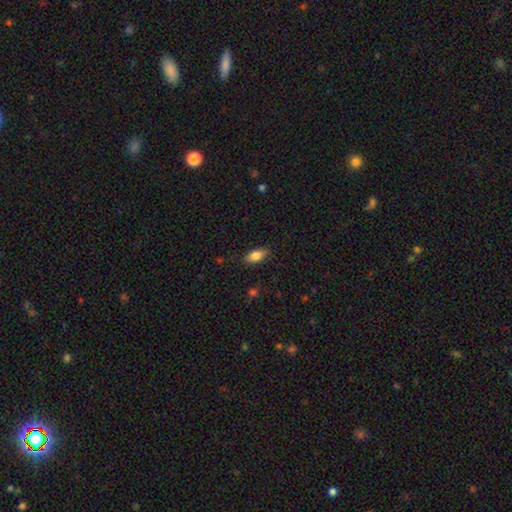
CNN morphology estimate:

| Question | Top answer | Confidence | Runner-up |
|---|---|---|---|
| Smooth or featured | smooth | 81% | featured or disk (12%) |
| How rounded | in between | 84% | cigar-shaped (13%) |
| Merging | none | 84% | minor disturbance (12%) |